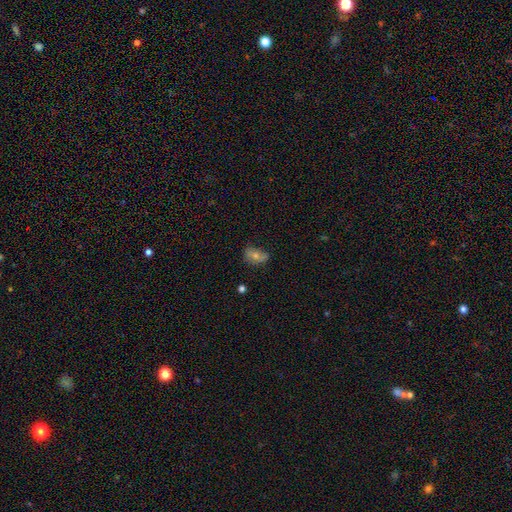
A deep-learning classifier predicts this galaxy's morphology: This is possibly a smooth galaxy (48%). Merging: likely none (61%).